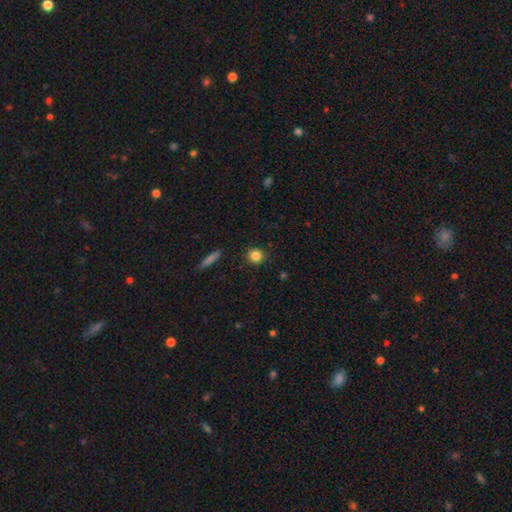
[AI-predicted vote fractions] Smooth or featured: smooth — 85% (star or artifact — 10%)
How rounded: round — 88% (in between — 10%)
Merging: none — 88% (minor disturbance — 8%)